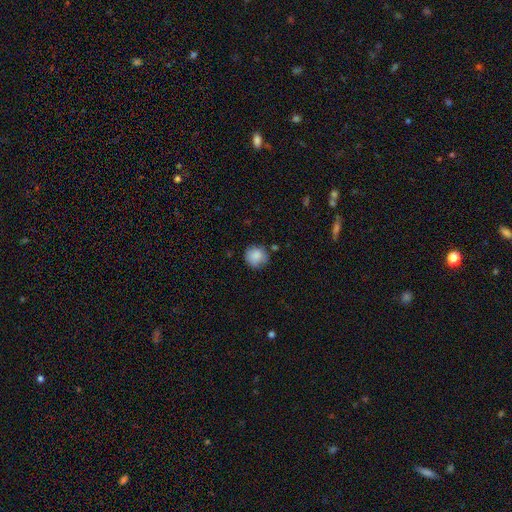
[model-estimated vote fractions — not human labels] This appears to be a smooth galaxy with no disk features (85%) that is round (88%). Merging: none (72%).